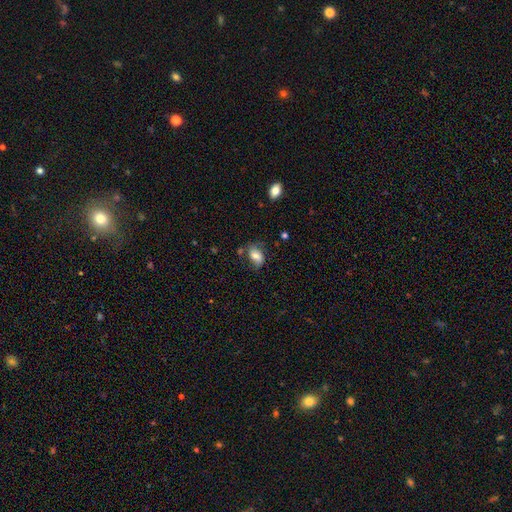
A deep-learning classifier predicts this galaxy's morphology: smooth 65%, featured or disk 26%, star or artifact 9%. Down the decision tree: how rounded — in between (84%); merging — none (52%).